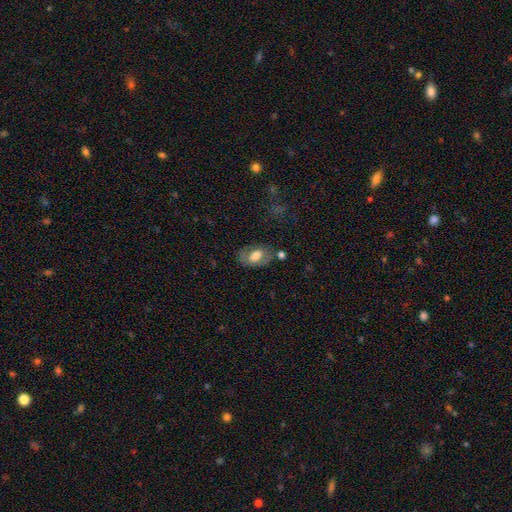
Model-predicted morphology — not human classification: Smooth or featured? Predicted: smooth (p=0.60). How rounded? Predicted: in between (p=0.89). Merging? Predicted: none (p=0.66).